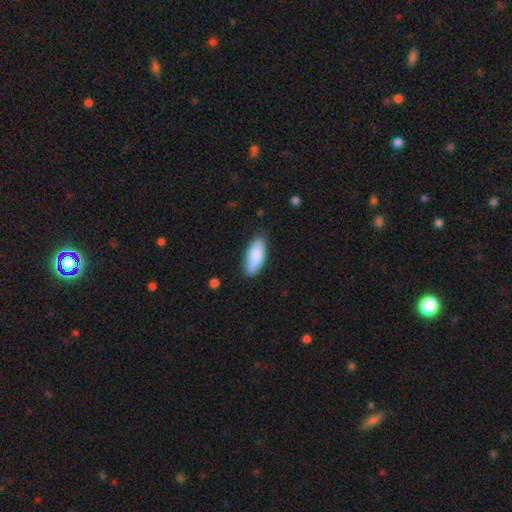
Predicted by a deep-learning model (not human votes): Q: Smooth or featured?
A: smooth (86%); runner-up: featured or disk (8%)
Q: How rounded?
A: in between (79%); runner-up: cigar-shaped (19%)
Q: Merging?
A: none (82%); runner-up: minor disturbance (14%)